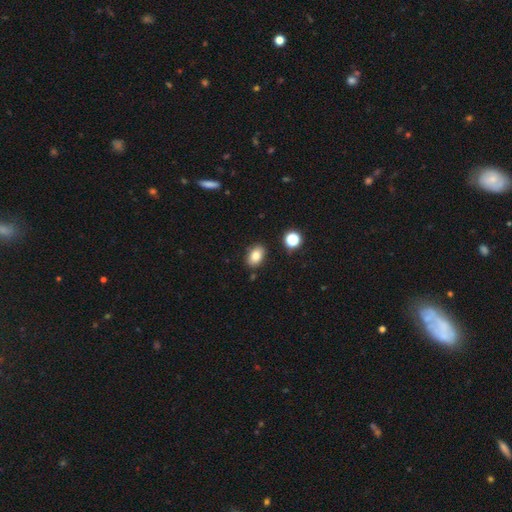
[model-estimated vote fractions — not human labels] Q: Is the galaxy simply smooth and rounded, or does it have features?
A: smooth — 82%.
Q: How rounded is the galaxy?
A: in between — 83%.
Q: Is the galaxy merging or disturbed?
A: none — 85%.